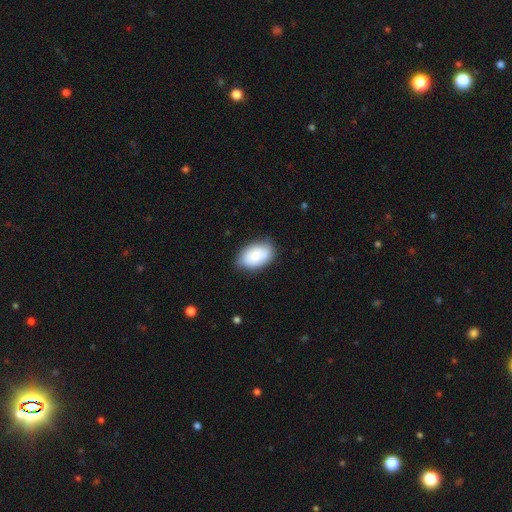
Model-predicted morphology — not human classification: Smooth or featured? smooth (84%)
How rounded? in between (91%)
Merging? none (76%)